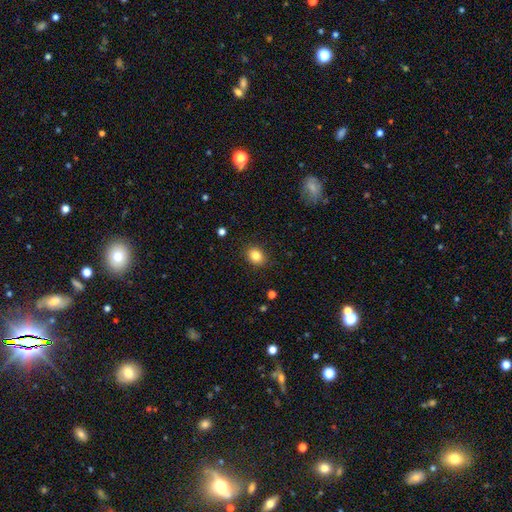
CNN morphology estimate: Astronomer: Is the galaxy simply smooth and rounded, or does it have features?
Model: smooth — 84%.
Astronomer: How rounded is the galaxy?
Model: round — 54% (runner-up: in between, 46%).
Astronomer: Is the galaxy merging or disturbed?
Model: none — 88%.